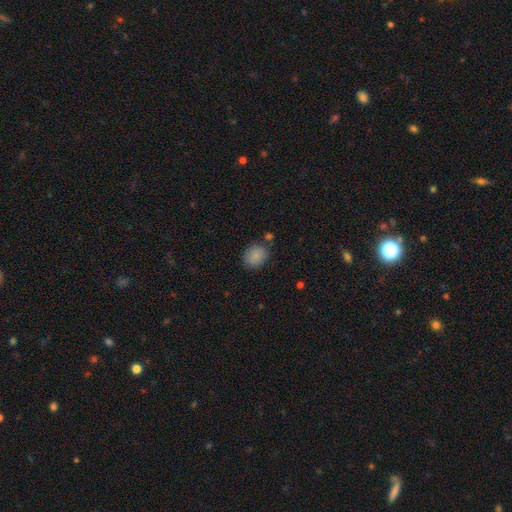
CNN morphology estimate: Smooth or featured? smooth (86%)
How rounded? round (65%)
Merging? none (79%)